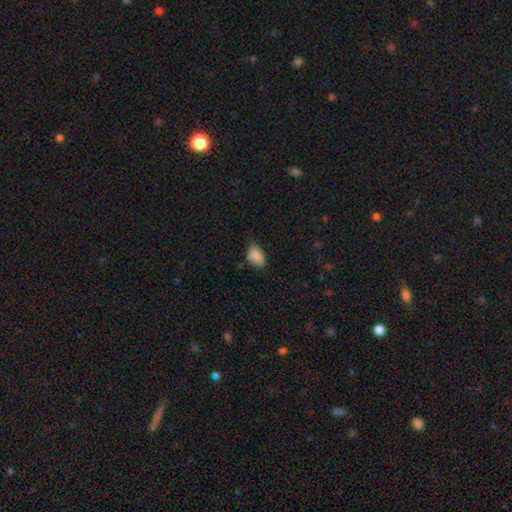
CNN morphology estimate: Smooth or featured? smooth (86%)
How rounded? in between (88%)
Merging? none (58%)